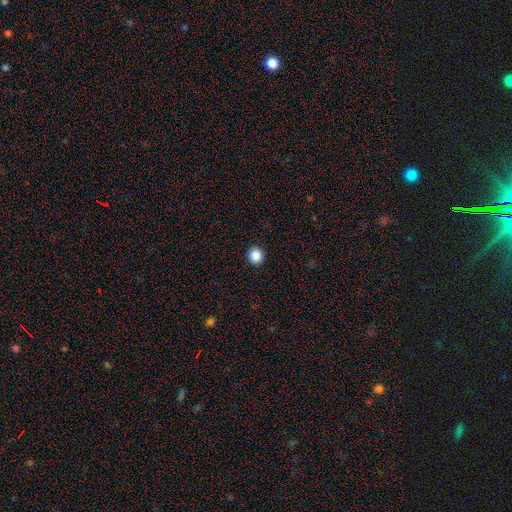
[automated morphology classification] Q: Smooth or featured?
A: smooth (87%); runner-up: star or artifact (10%)
Q: How rounded?
A: round (89%); runner-up: in between (10%)
Q: Merging?
A: none (93%); runner-up: minor disturbance (5%)